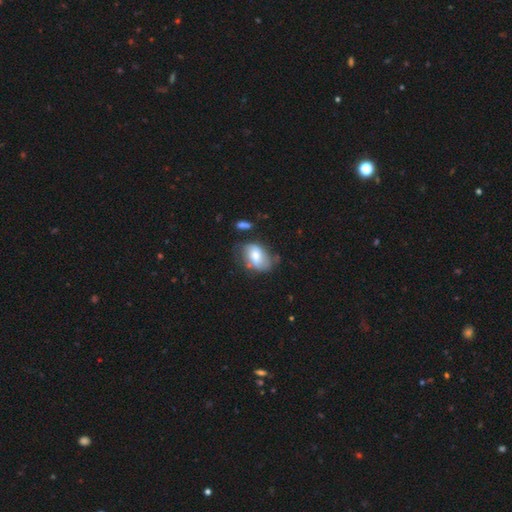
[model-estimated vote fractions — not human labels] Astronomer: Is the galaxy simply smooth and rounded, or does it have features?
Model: smooth — 56% (runner-up: featured or disk, 36%).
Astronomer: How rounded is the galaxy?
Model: in between — 84%.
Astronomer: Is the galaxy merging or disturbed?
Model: none — 50% (runner-up: minor disturbance, 30%).